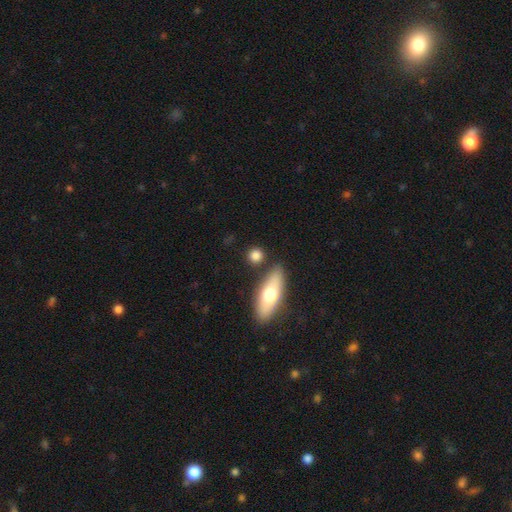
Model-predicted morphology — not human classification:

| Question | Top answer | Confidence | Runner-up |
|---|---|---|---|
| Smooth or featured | smooth | 82% | featured or disk (10%) |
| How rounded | round | 72% | in between (21%) |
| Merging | none | 78% | minor disturbance (11%) |